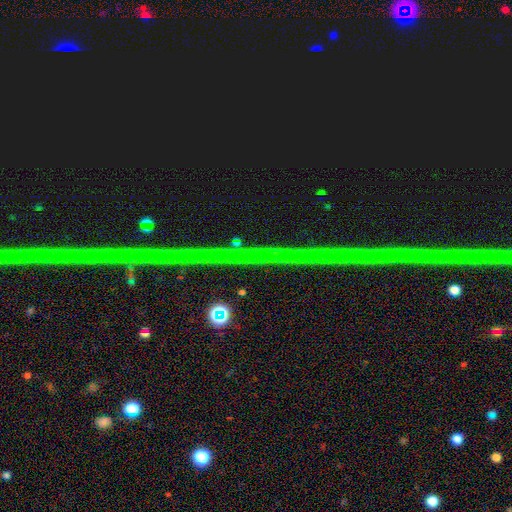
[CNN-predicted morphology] Q: Smooth or featured?
A: star or artifact (84%); runner-up: featured or disk (11%)